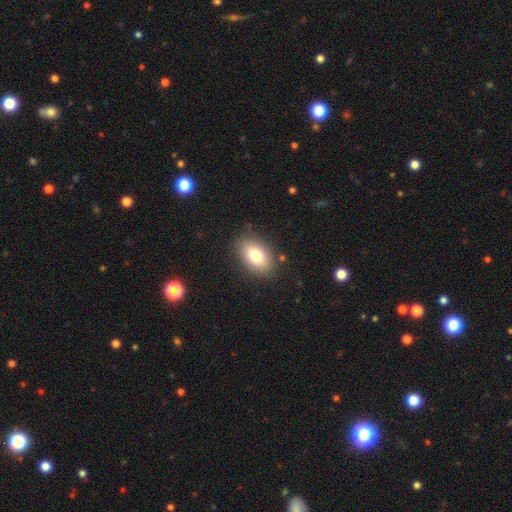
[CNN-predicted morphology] smooth-or-featured: smooth: 78% | featured or disk: 13% | star or artifact: 9%
  how-rounded: in between: 88% | round: 11% | cigar-shaped: 2%
  merging: none: 85% | minor disturbance: 10% | major disturbance: 3% | merger: 2%